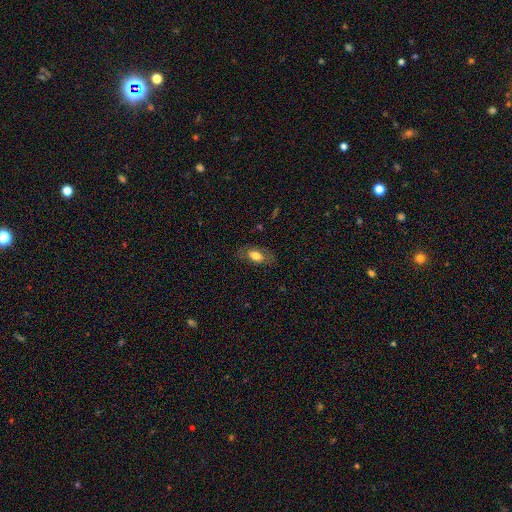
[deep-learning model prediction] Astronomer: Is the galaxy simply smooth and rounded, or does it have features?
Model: smooth — 64%.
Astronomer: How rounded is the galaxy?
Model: in between — 90%.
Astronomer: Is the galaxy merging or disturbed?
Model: none — 75%.